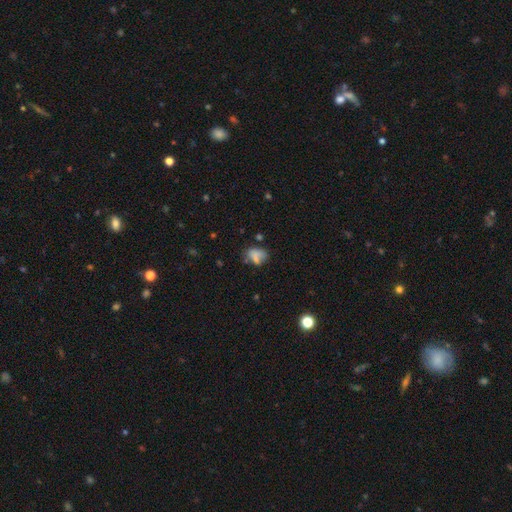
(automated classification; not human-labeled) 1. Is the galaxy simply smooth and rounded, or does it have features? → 74% smooth, 14% featured or disk, 12% star or artifact.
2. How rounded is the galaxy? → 75% in between, 23% round, 2% cigar-shaped.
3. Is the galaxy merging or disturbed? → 45% none, 28% minor disturbance, 14% major disturbance, 13% merger.